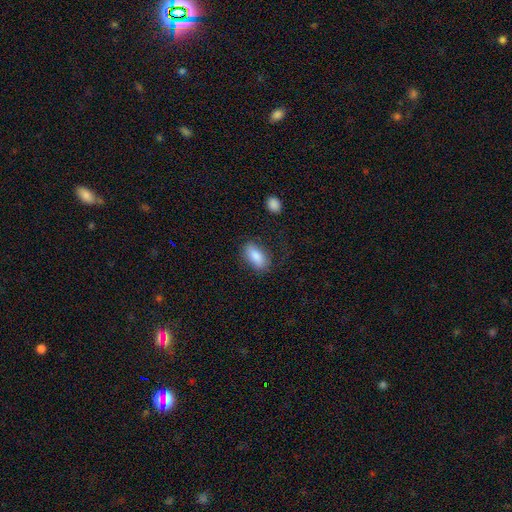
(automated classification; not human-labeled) This is clearly a smooth galaxy (85%). How rounded: clearly in between (91%). Merging: likely none (75%).